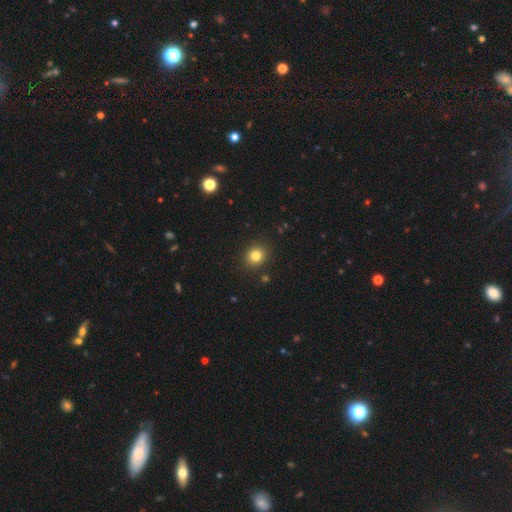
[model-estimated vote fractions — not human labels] Smooth or featured? smooth (81%)
How rounded? round (74%)
Merging? none (89%)